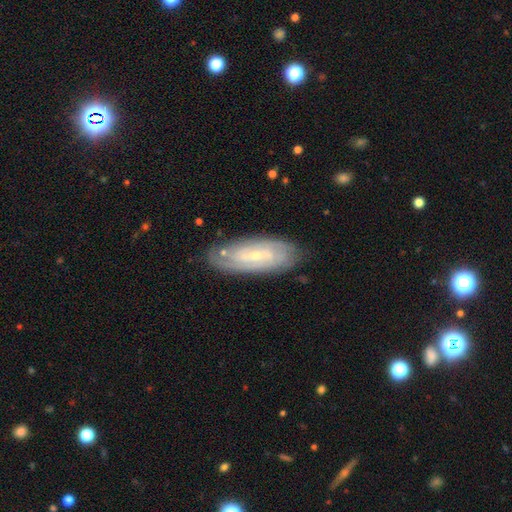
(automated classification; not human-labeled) Smooth or featured? Predicted: featured or disk (p=0.77). Edge-on disk? Predicted: no (p=0.89). Bar? Predicted: weak (p=0.44). Spiral arms? Predicted: yes (p=0.89). Spiral winding? Predicted: tight (p=0.65). Spiral arm count? Predicted: can't tell (p=0.47). Bulge size? Predicted: small (p=0.72). Merging? Predicted: none (p=0.80).